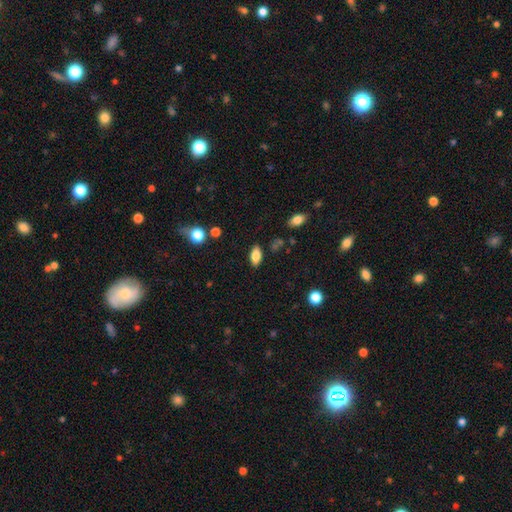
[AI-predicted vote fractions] Morphology: type=smooth (82%); roundness=in between (88%); merging=none (84%).